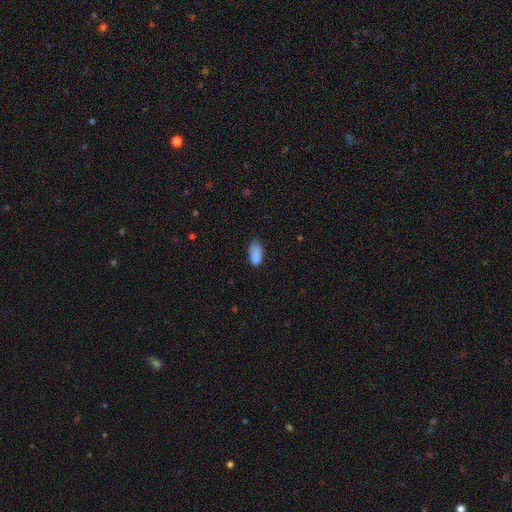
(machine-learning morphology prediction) smooth 85%, star or artifact 9%, featured or disk 6%. Down the decision tree: how rounded — in between (92%); merging — none (53%).